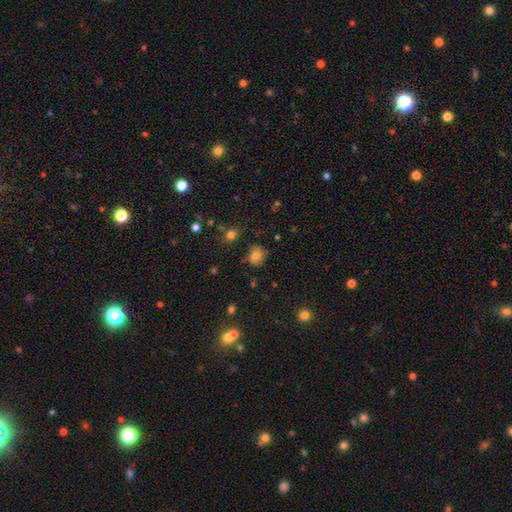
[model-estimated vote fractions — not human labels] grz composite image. It shows a smooth galaxy with no disk features (65%) that is round (66%). Merging: none (70%).